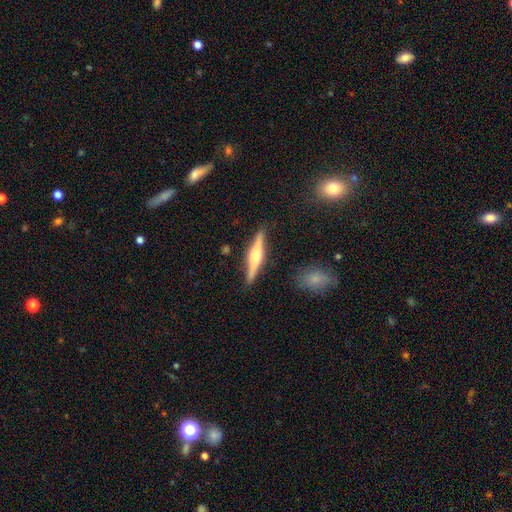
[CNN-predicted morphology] Overall: featured or disk (68%). Edge-on disk: yes (97%). Edge-on bulge: rounded (89%). Merging: none (88%).